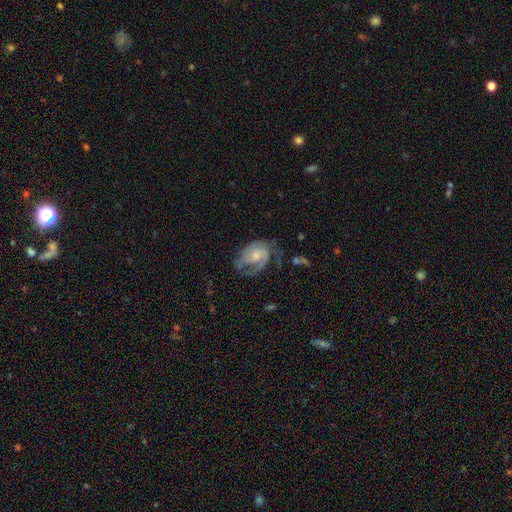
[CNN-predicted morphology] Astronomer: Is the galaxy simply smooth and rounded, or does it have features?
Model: featured or disk — 80%.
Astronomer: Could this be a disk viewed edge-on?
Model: no — 97%.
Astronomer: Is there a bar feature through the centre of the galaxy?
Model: no — 59%.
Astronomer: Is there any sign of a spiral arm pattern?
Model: yes — 94%.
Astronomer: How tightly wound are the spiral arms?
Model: tight — 46% (runner-up: medium, 41%).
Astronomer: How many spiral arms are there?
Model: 2 — 56%.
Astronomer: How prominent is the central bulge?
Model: small — 50% (runner-up: moderate, 37%).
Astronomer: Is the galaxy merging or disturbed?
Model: none — 57%.